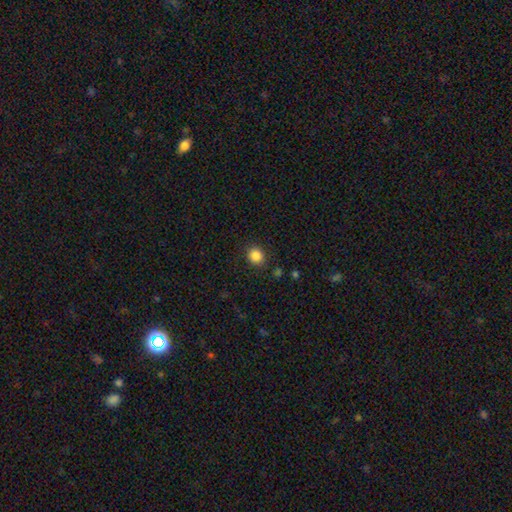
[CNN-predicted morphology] type=smooth (86%); roundness=round (81%); merging=none (88%).